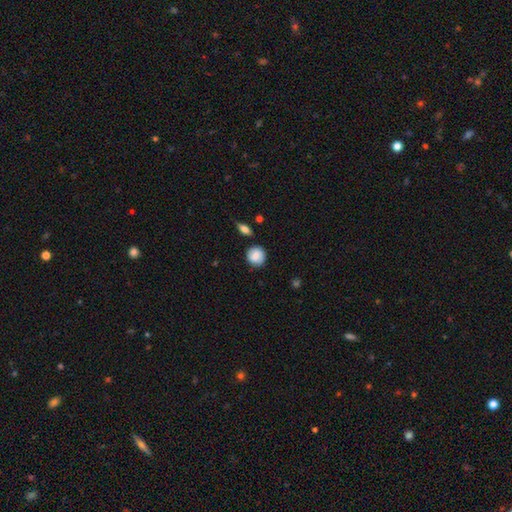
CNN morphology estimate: smooth_or_featured: smooth (p=0.78) [alt: featured or disk p=0.14]
how_rounded: round (p=0.89) [alt: in between p=0.10]
merging: none (p=0.83) [alt: minor disturbance p=0.12]